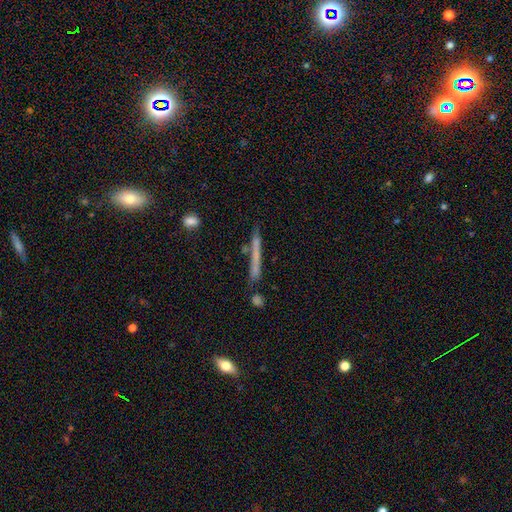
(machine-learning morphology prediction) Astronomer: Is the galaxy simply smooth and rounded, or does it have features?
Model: smooth — 50% (runner-up: featured or disk, 40%).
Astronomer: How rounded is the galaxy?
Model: cigar-shaped — 95%.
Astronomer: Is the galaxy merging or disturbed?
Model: none — 78%.